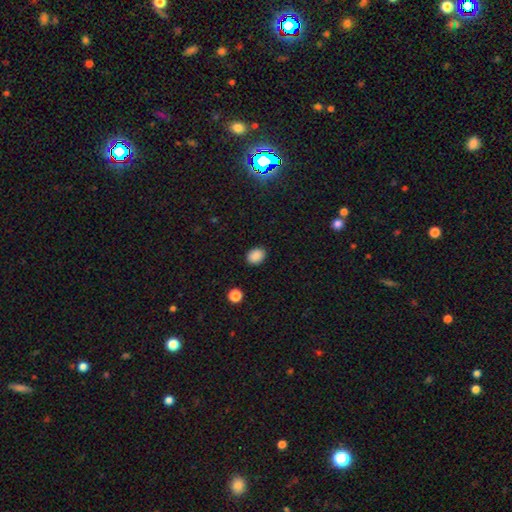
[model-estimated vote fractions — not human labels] Q: Smooth or featured?
A: smooth (88%); runner-up: star or artifact (10%)
Q: How rounded?
A: in between (59%); runner-up: round (41%)
Q: Merging?
A: none (88%); runner-up: minor disturbance (8%)